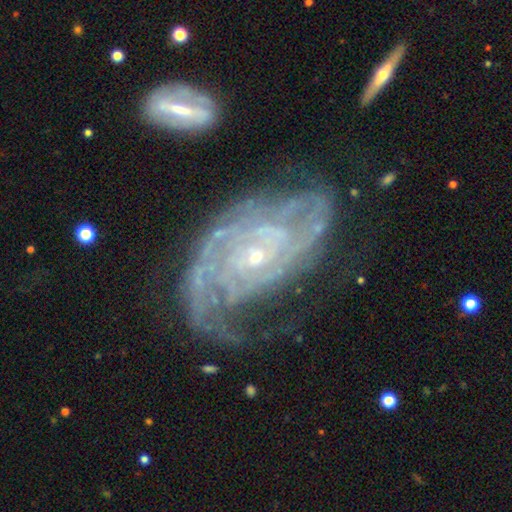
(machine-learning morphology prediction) Q: Smooth or featured?
A: featured or disk (89%); runner-up: star or artifact (6%)
Q: Edge-on disk?
A: no (96%); runner-up: yes (4%)
Q: Bar?
A: no (69%); runner-up: weak (23%)
Q: Spiral arms?
A: yes (96%); runner-up: no (4%)
Q: Spiral winding?
A: tight (64%); runner-up: medium (28%)
Q: Spiral arm count?
A: can't tell (28%); tied with: 2 (28%)
Q: Bulge size?
A: small (81%); runner-up: moderate (16%)
Q: Merging?
A: none (53%); runner-up: minor disturbance (22%)